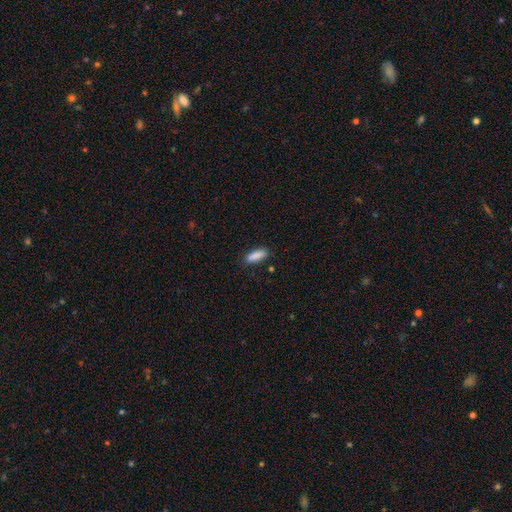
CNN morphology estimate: Smooth or featured: smooth — 88% (star or artifact — 7%)
How rounded: in between — 59% (cigar-shaped — 40%)
Merging: none — 85% (minor disturbance — 12%)